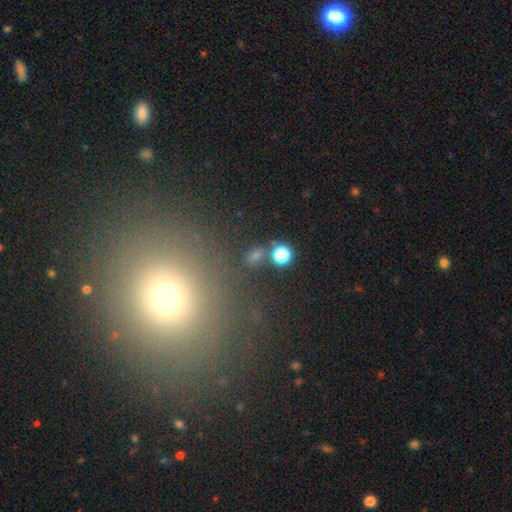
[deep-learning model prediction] Smooth or featured: smooth — 67% (star or artifact — 24%)
How rounded: round — 61% (in between — 36%)
Merging: none — 72% (merger — 13%)